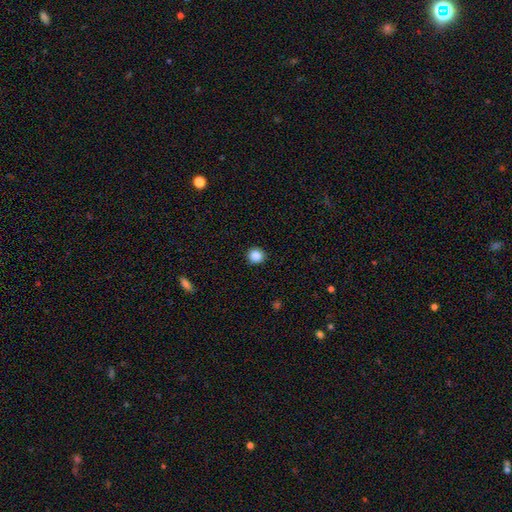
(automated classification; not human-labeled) Smooth or featured: smooth — 87% (star or artifact — 10%)
How rounded: round — 94% (in between — 5%)
Merging: none — 93% (minor disturbance — 5%)